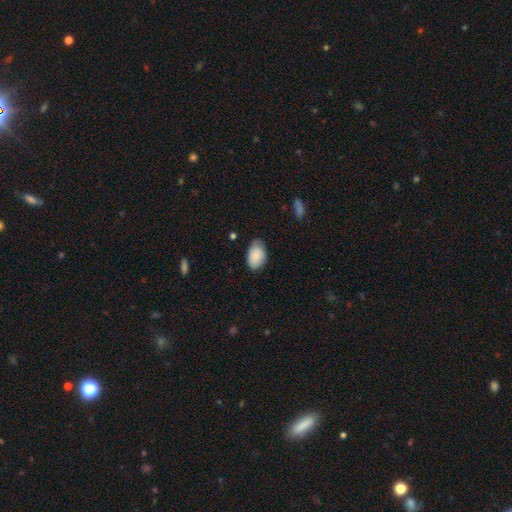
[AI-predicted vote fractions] Smooth or featured: smooth — 84% (featured or disk — 10%)
How rounded: in between — 90% (round — 9%)
Merging: none — 68% (minor disturbance — 26%)